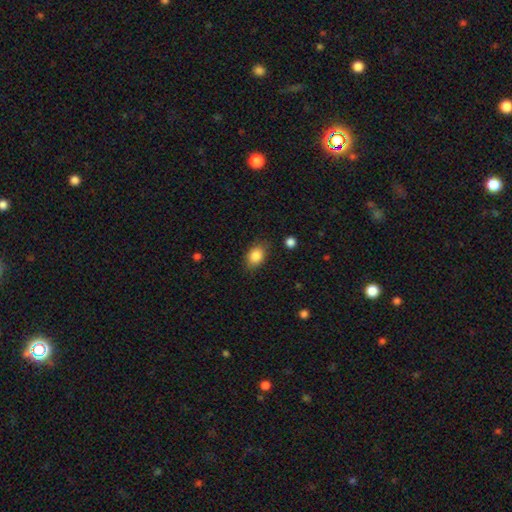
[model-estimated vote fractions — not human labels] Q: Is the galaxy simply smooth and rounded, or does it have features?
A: smooth — 85%.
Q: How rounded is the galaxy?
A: in between — 77%.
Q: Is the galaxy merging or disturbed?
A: none — 81%.